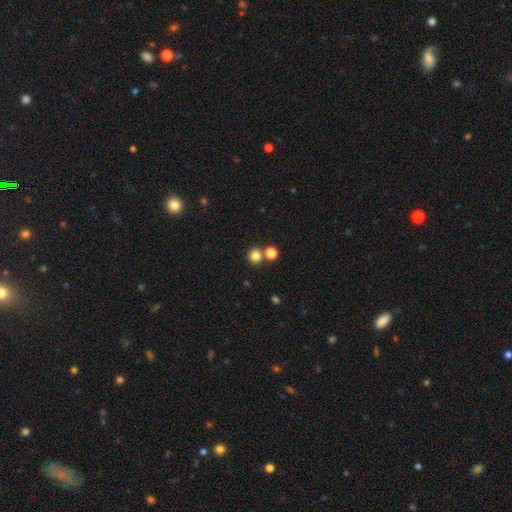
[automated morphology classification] Smooth or featured: smooth — 81% (star or artifact — 14%)
How rounded: round — 92% (in between — 7%)
Merging: none — 72% (merger — 20%)